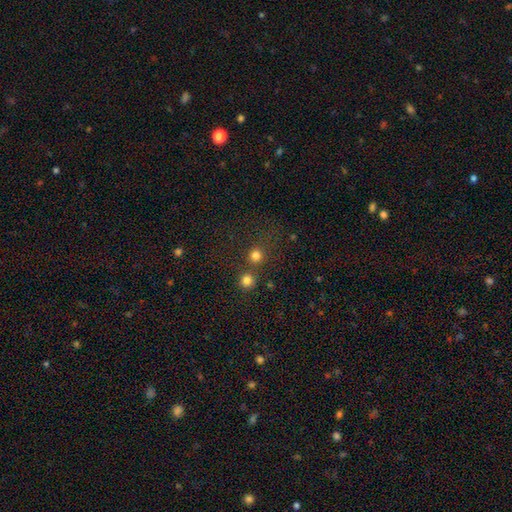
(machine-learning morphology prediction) A smooth galaxy with no disk features (78%) that is round (92%).

Vote fractions:
- Smooth or featured? smooth: 78% / star or artifact: 17% / featured or disk: 5%
- How rounded? round: 92% / in between: 7% / cigar-shaped: 1%
- Merging? none: 69% / merger: 21% / minor disturbance: 6% / major disturbance: 3%